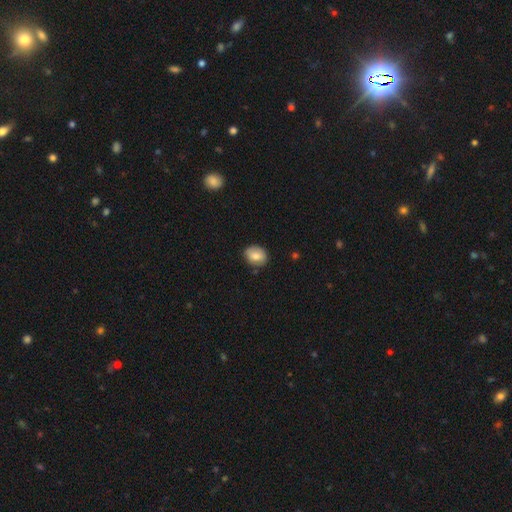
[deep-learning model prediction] Smooth or featured: smooth — 78% (featured or disk — 14%)
How rounded: in between — 51% (round — 48%)
Merging: none — 82% (minor disturbance — 14%)